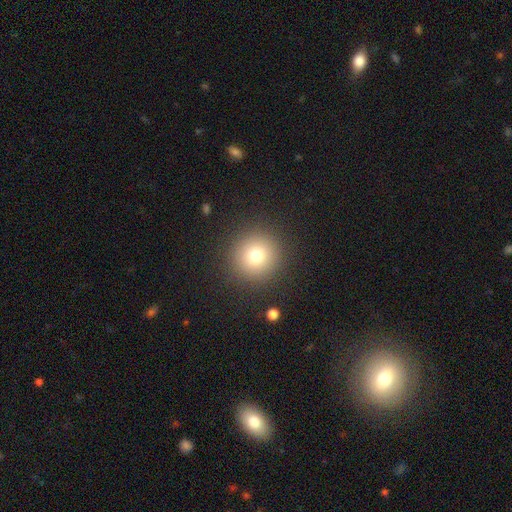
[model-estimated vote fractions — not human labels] smooth-or-featured: smooth: 77% | star or artifact: 14% | featured or disk: 10%
  how-rounded: round: 95% | in between: 4% | cigar-shaped: 1%
  merging: none: 91% | minor disturbance: 5% | major disturbance: 3% | merger: 1%